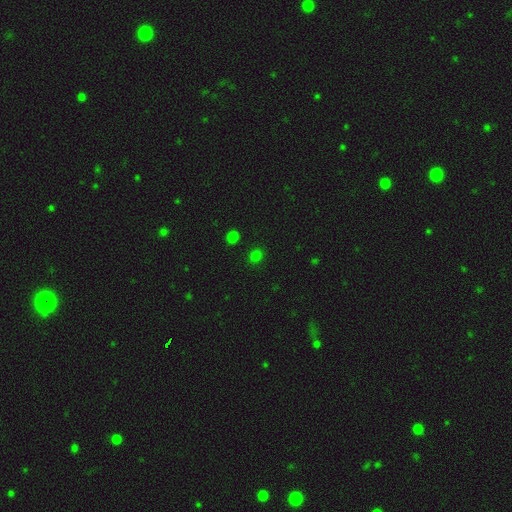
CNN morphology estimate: Smooth or featured: smooth — 76% (star or artifact — 21%)
How rounded: round — 74% (in between — 25%)
Merging: none — 89% (minor disturbance — 7%)